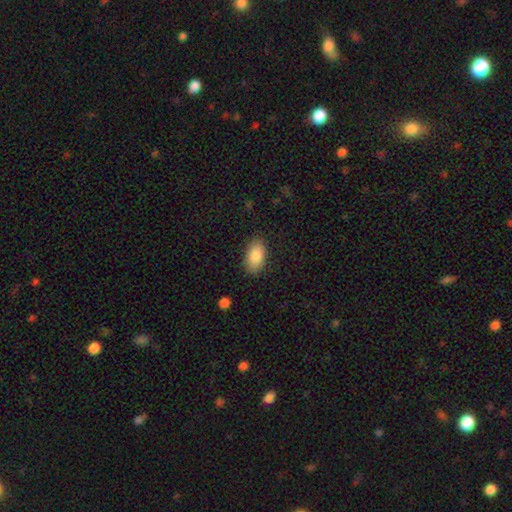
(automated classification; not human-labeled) A smooth galaxy with no disk features (87%) that is in between round and cigar-shaped (94%). Merging: none (85%).